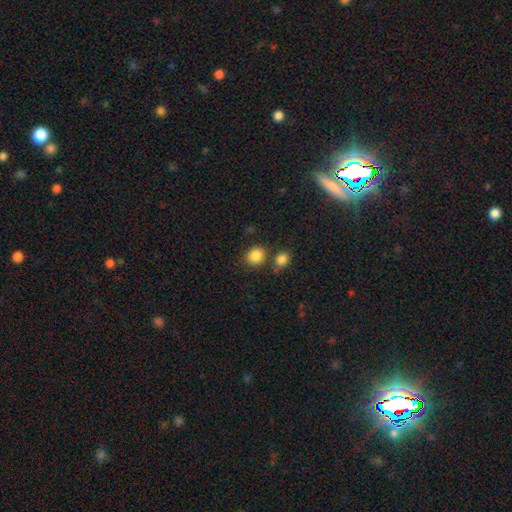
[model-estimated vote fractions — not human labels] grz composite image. It shows a smooth galaxy with no disk features (86%) that is round (71%). Merging: none (70%).